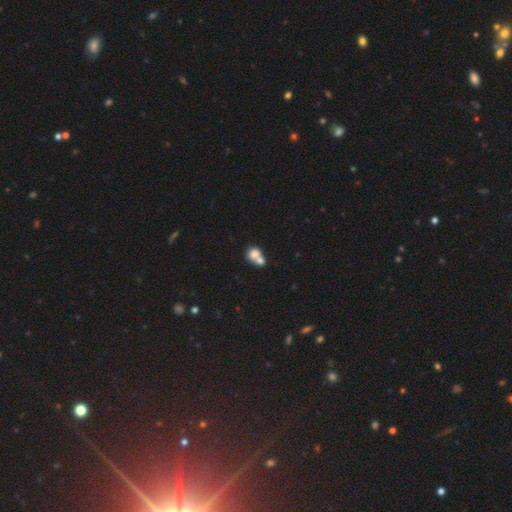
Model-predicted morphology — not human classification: A smooth galaxy with no disk features (74%) that is round (58%). Merging: merger (66%).